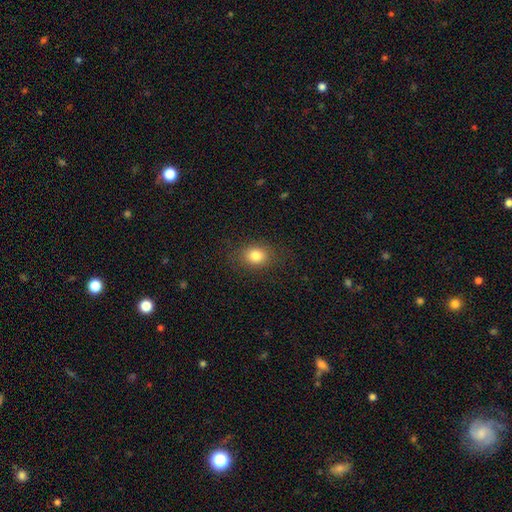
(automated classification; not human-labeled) Overall: smooth (82%). How rounded: in between (50%; round 49%). Merging: none (85%).